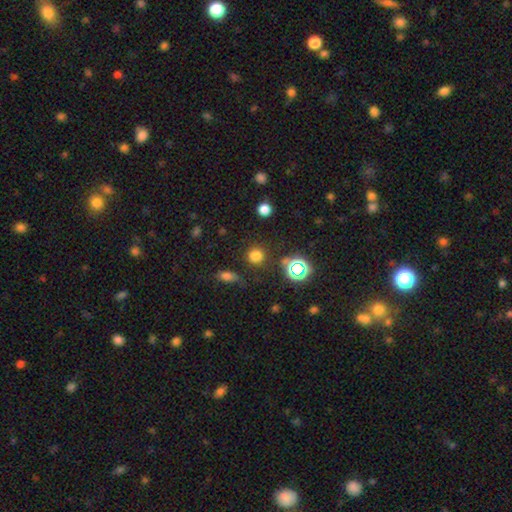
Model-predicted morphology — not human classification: Smooth or featured?
  - smooth: 72% *
  - star or artifact: 22%
  - featured or disk: 5%
How rounded?
  - round: 92% *
  - in between: 7%
  - cigar-shaped: 1%
Merging?
  - none: 84% *
  - minor disturbance: 9%
  - major disturbance: 4%
  - merger: 3%